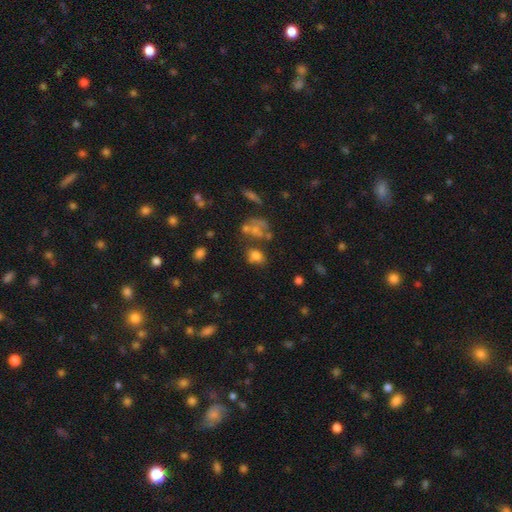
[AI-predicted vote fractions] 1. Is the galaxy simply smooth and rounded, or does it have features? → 70% smooth, 16% star or artifact, 14% featured or disk.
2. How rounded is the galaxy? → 65% in between, 33% round, 2% cigar-shaped.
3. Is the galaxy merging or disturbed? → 48% none, 24% merger, 17% minor disturbance, 11% major disturbance.